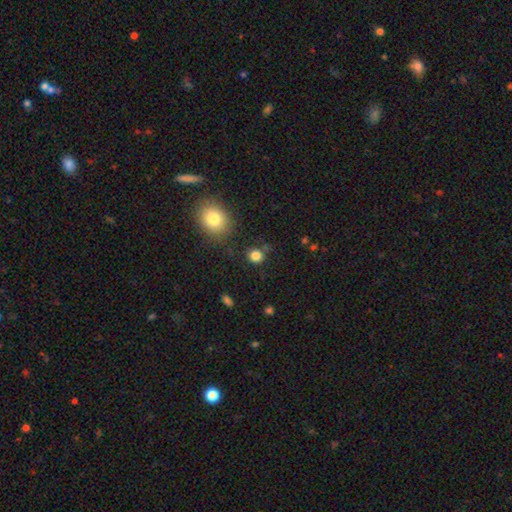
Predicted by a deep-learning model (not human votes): This appears to be a smooth galaxy with no disk features (83%) that is round (84%). Merging: none (80%).